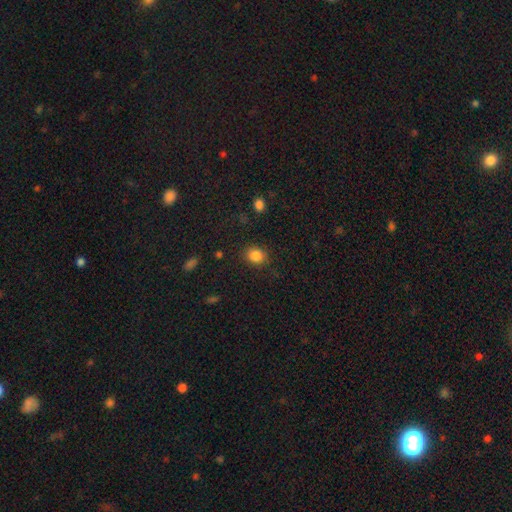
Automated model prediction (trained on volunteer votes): Smooth or featured? smooth (85%)
How rounded? round (63%)
Merging? none (84%)